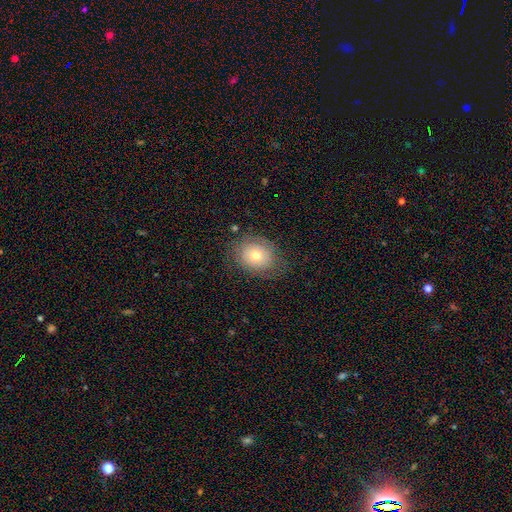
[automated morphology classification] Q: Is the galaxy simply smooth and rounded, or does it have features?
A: smooth — 60%.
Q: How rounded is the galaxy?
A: round — 55%.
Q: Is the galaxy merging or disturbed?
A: none — 72%.